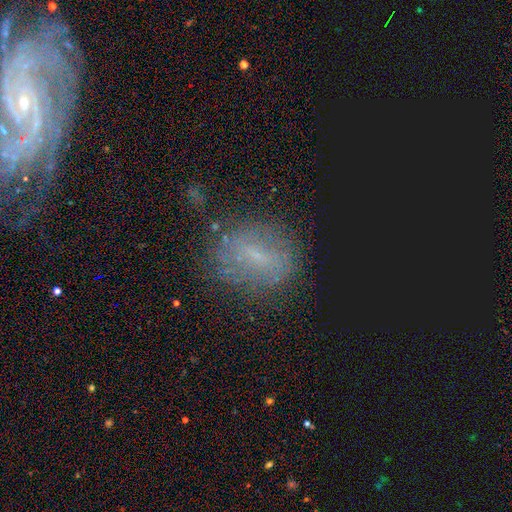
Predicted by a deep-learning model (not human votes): Morphology: type=smooth (44%); merging=none (73%).